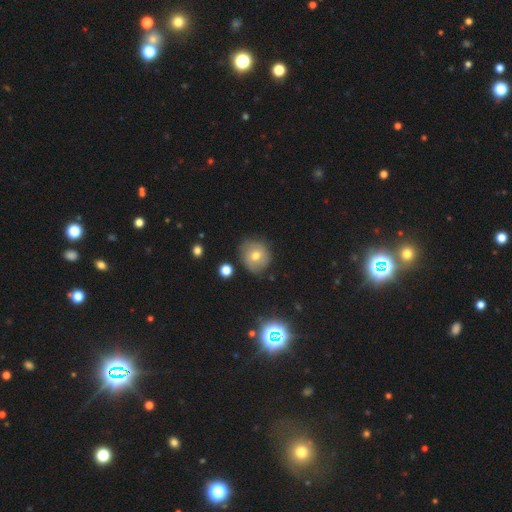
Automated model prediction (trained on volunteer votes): This is likely a smooth galaxy (63%). How rounded: clearly round (83%). Merging: likely none (74%).